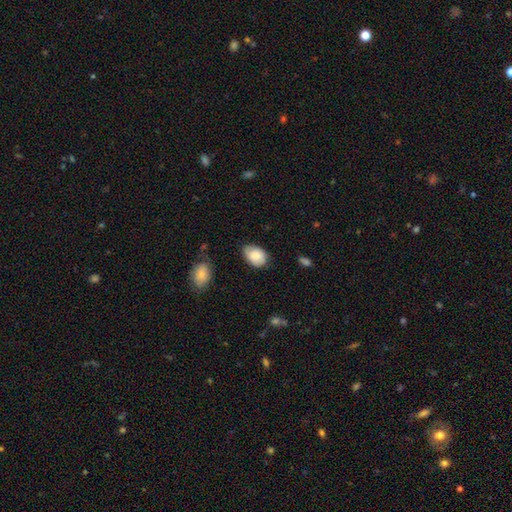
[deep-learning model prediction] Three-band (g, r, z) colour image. It shows a smooth galaxy with no disk features (81%) that is in between round and cigar-shaped (82%). Merging: none (71%).